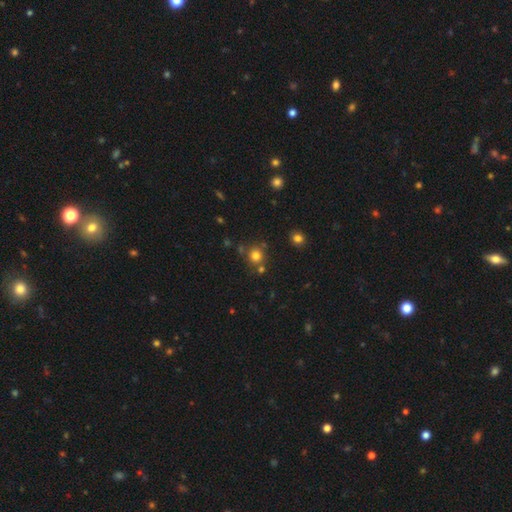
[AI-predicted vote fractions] smooth 77%, star or artifact 16%, featured or disk 7%. Down the decision tree: how rounded — round (91%); merging — none (74%).